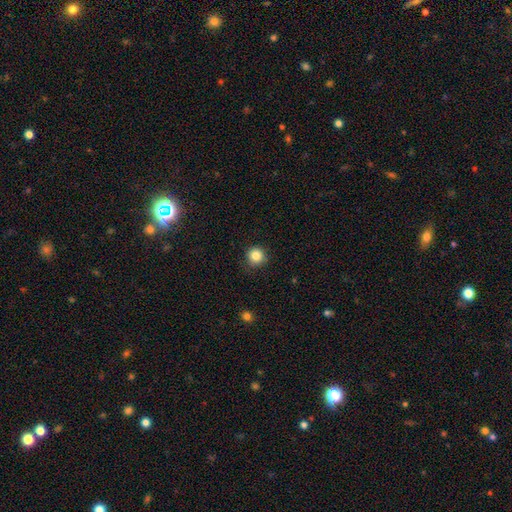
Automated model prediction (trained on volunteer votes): smooth 84%, star or artifact 11%, featured or disk 5%. Down the decision tree: how rounded — round (94%); merging — none (87%).